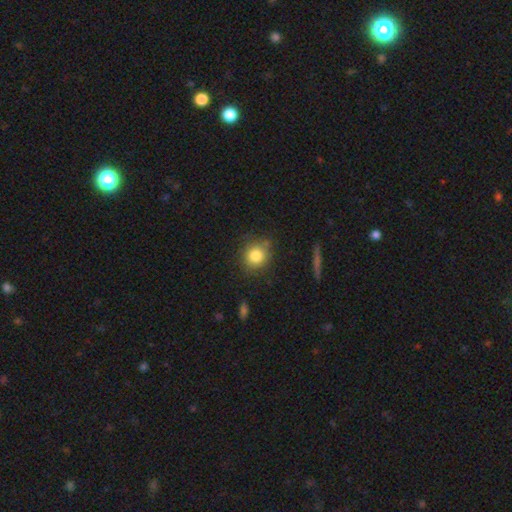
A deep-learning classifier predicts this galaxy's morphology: A smooth galaxy with no disk features (82%) that is round (84%).

Vote fractions:
- Smooth or featured? smooth: 82% / star or artifact: 10% / featured or disk: 8%
- How rounded? round: 84% / in between: 15% / cigar-shaped: 1%
- Merging? none: 81% / minor disturbance: 13% / major disturbance: 3% / merger: 3%